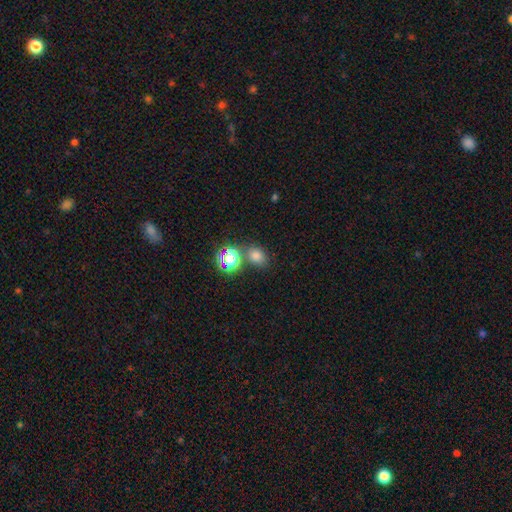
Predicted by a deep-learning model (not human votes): Smooth or featured?
  - smooth: 71% *
  - star or artifact: 23%
  - featured or disk: 6%
How rounded?
  - round: 52% *
  - in between: 47%
  - cigar-shaped: 1%
Merging?
  - none: 71% *
  - merger: 14%
  - minor disturbance: 11%
  - major disturbance: 4%